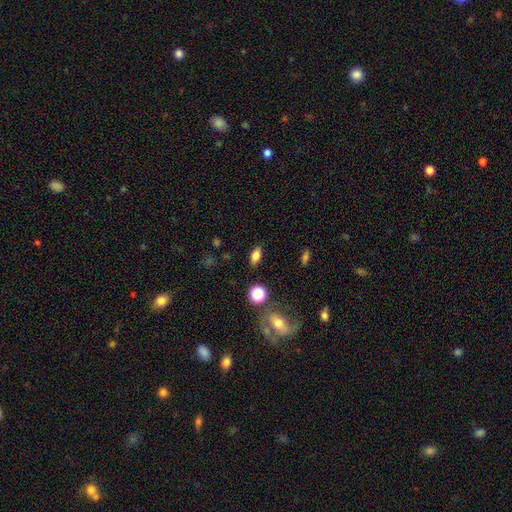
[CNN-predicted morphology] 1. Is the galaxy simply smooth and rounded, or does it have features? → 76% smooth, 12% star or artifact, 11% featured or disk.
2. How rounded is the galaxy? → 82% in between, 11% round, 7% cigar-shaped.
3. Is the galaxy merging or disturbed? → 85% none, 10% minor disturbance, 3% major disturbance, 2% merger.